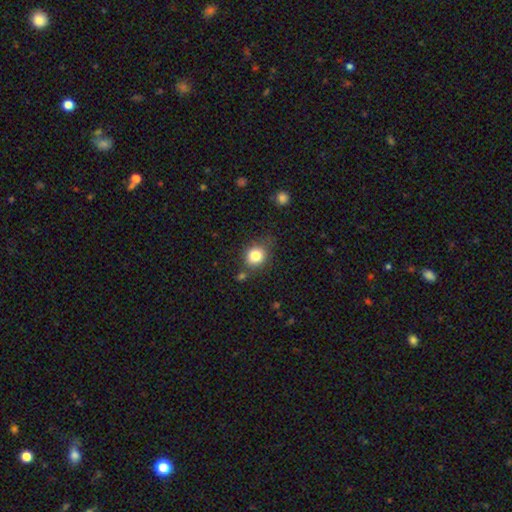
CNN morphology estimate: A smooth galaxy with no disk features (82%) that is round (75%). Merging: none (71%).